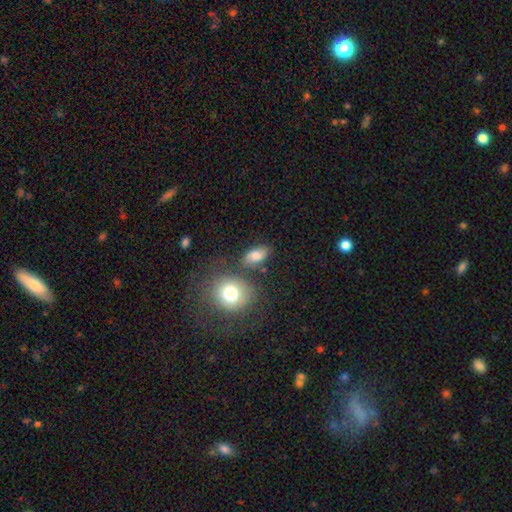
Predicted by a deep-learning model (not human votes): A smooth galaxy with no disk features (74%) that is in between round and cigar-shaped (84%).

Vote fractions:
- Smooth or featured? smooth: 74% / featured or disk: 16% / star or artifact: 10%
- How rounded? in between: 84% / round: 13% / cigar-shaped: 3%
- Merging? none: 67% / minor disturbance: 18% / merger: 9% / major disturbance: 6%